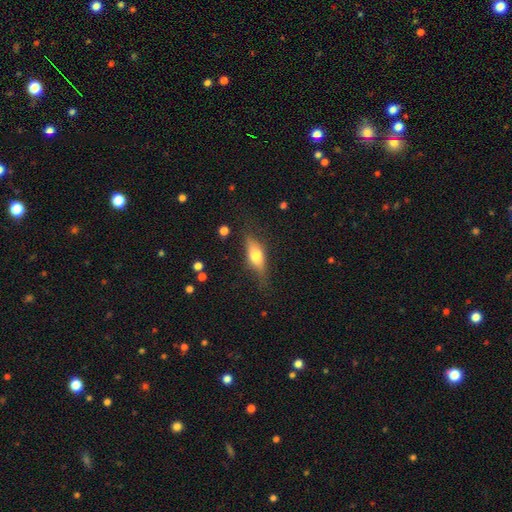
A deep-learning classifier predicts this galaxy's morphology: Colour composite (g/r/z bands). It shows a smooth galaxy with no disk features (57%) that is in between round and cigar-shaped (65%). Merging: none (70%).